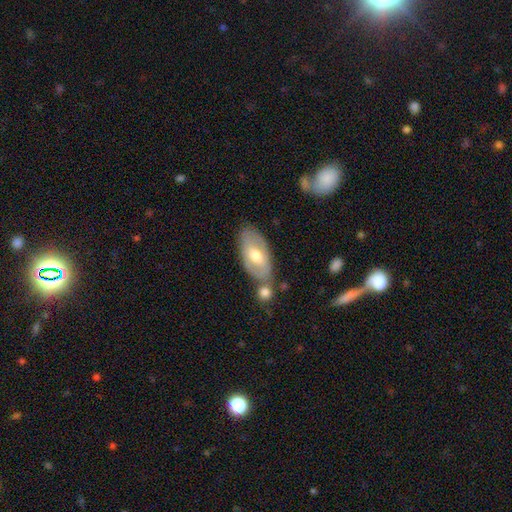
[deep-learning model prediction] Smooth or featured? smooth (49%)
Merging? none (61%)